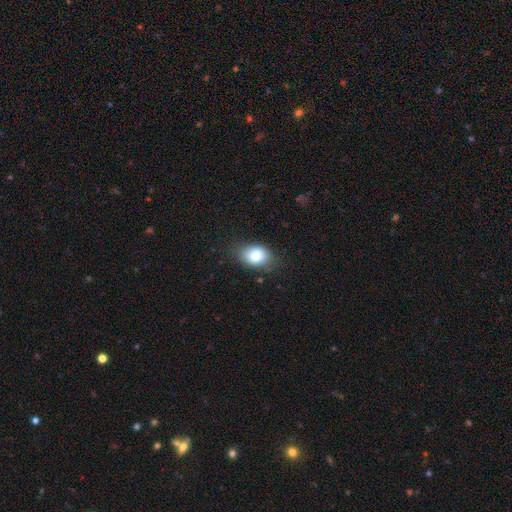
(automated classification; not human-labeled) Smooth or featured?
  - smooth: 81% *
  - featured or disk: 10%
  - star or artifact: 9%
How rounded?
  - in between: 76% *
  - round: 23%
  - cigar-shaped: 1%
Merging?
  - none: 75% *
  - minor disturbance: 19%
  - major disturbance: 5%
  - merger: 1%